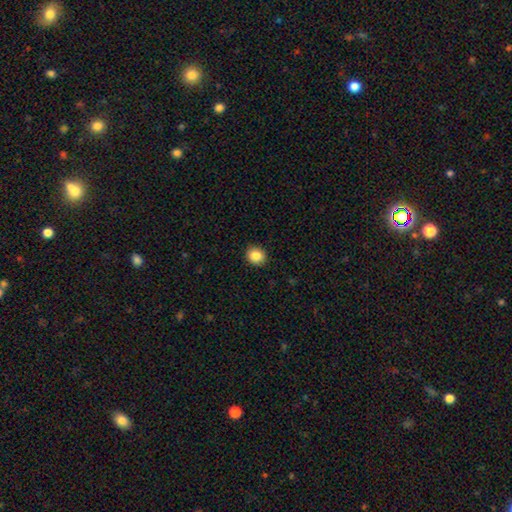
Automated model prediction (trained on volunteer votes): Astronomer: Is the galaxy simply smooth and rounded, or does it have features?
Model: smooth — 86%.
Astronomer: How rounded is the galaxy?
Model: round — 71%.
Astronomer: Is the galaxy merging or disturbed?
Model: none — 91%.